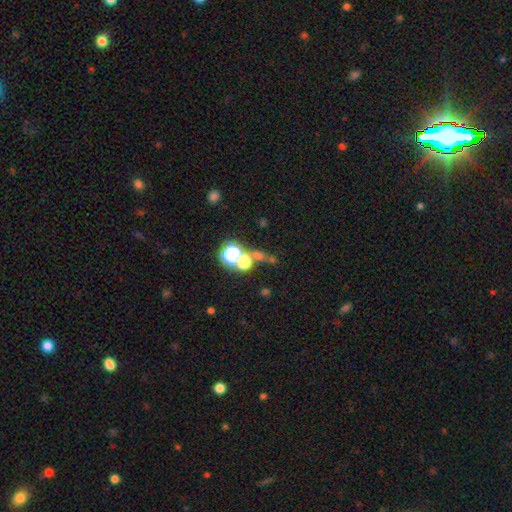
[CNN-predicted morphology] A star or artifact, not a galaxy (50%).